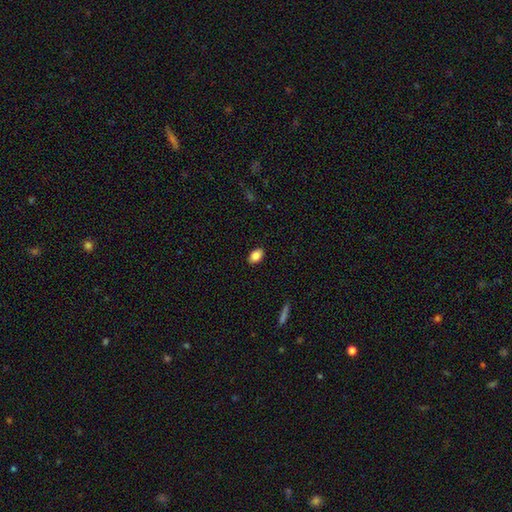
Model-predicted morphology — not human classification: smooth_or_featured: smooth (p=0.84) [alt: star or artifact p=0.08]
how_rounded: in between (p=0.88) [alt: round p=0.10]
merging: none (p=0.89) [alt: minor disturbance p=0.08]